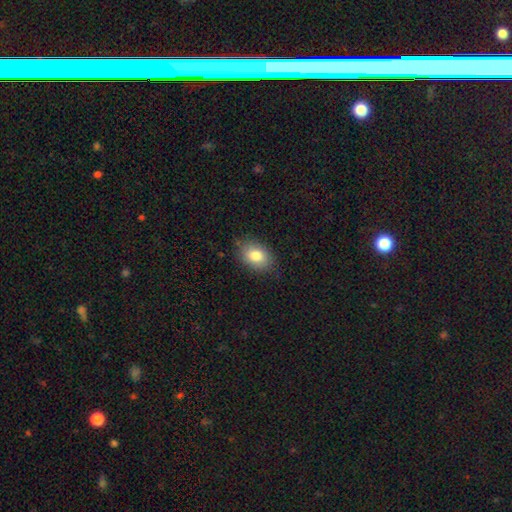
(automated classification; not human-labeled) Overall: smooth (83%). How rounded: in between (80%). Merging: none (82%).